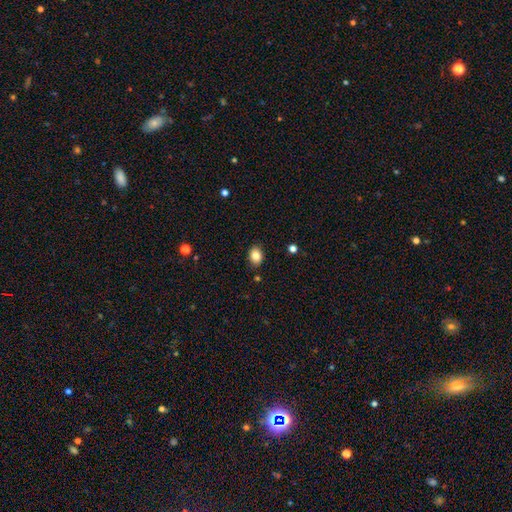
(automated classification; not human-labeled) A smooth galaxy with no disk features (85%) that is in between round and cigar-shaped (69%).

Vote fractions:
- Smooth or featured? smooth: 85% / star or artifact: 9% / featured or disk: 6%
- How rounded? in between: 69% / round: 30% / cigar-shaped: 1%
- Merging? none: 86% / minor disturbance: 10% / major disturbance: 2% / merger: 2%